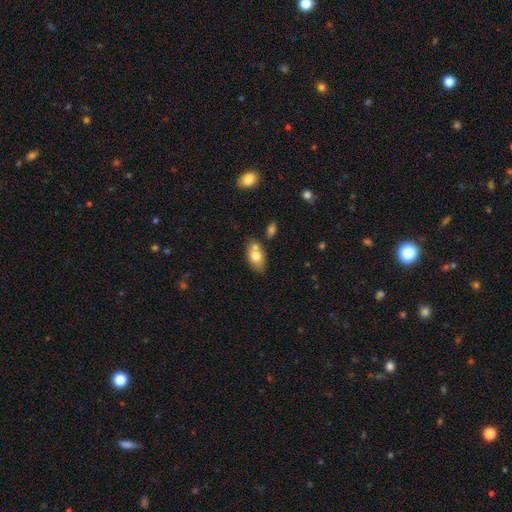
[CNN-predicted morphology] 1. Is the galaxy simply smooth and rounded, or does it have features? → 73% smooth, 19% featured or disk, 8% star or artifact.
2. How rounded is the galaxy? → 87% in between, 10% round, 3% cigar-shaped.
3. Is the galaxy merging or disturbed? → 53% none, 30% merger, 14% minor disturbance, 4% major disturbance.